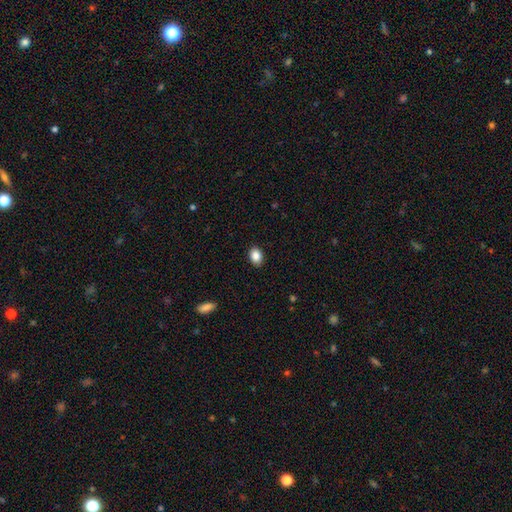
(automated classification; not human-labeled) Overall: smooth (87%). How rounded: in between (75%). Merging: none (90%).